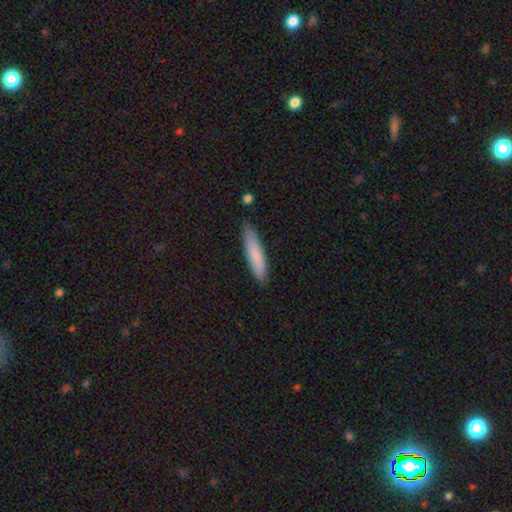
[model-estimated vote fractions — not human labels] smooth-or-featured: smooth: 82% | featured or disk: 12% | star or artifact: 6%
  how-rounded: cigar-shaped: 85% | in between: 14% | round: 1%
  merging: none: 84% | minor disturbance: 13% | major disturbance: 2% | merger: 2%